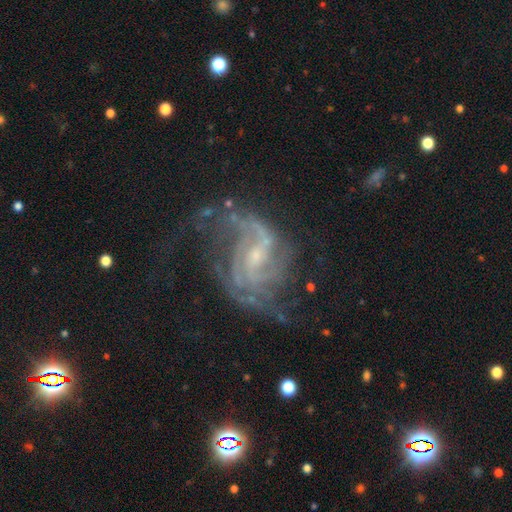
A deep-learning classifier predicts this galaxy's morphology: A featured or disk galaxy (87%) with a weak bar (52%), 2 (47%) medium (48%) spiral arms (95%) and a small central bulge (63%).

Vote fractions:
- Smooth or featured? featured or disk: 87% / star or artifact: 8% / smooth: 5%
- Edge-on disk? no: 98% / yes: 2%
- Bar? weak: 52% / no: 34% / strong: 14%
- Spiral arms? yes: 95% / no: 5%
- Spiral winding? medium: 48% / tight: 27% / loose: 25%
- Spiral arm count? 2: 47% / can't tell: 20% / 3: 15% / 4: 7% / 1: 6% / more than 4: 5%
- Bulge size? small: 63% / moderate: 26% / none: 8% / large: 2% / dominant: 1%
- Merging? none: 52% / major disturbance: 25% / minor disturbance: 19% / merger: 3%